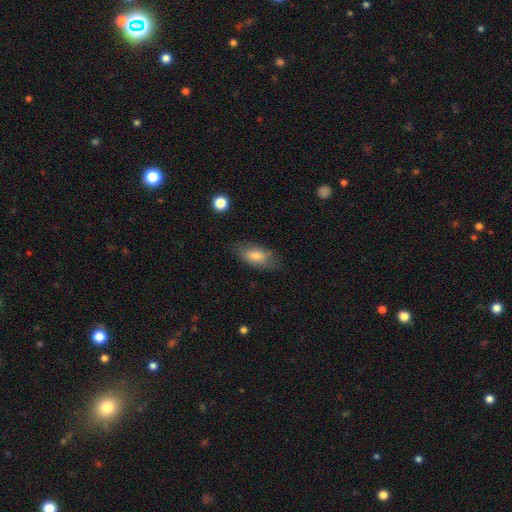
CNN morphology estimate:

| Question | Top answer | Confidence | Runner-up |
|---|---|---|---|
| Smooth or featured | smooth | 72% | featured or disk (20%) |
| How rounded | in between | 85% | cigar-shaped (12%) |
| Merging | none | 73% | minor disturbance (20%) |